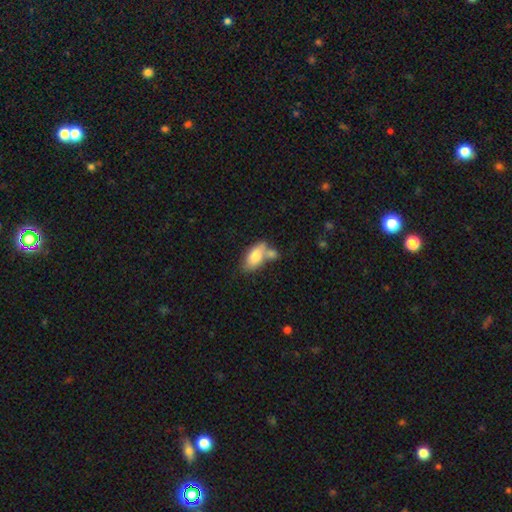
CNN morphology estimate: smooth 78%, featured or disk 16%, star or artifact 7%. Down the decision tree: how rounded — in between (91%); merging — none (39%, tied with merger).